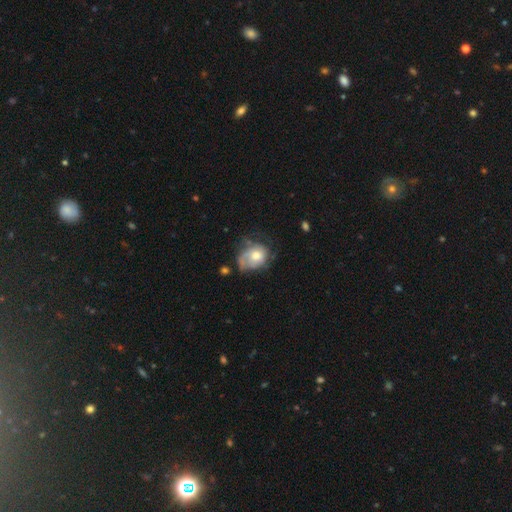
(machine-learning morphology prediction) This is possibly a smooth galaxy (51%). How rounded: possibly in between (50%). Merging: marginally none (38%).